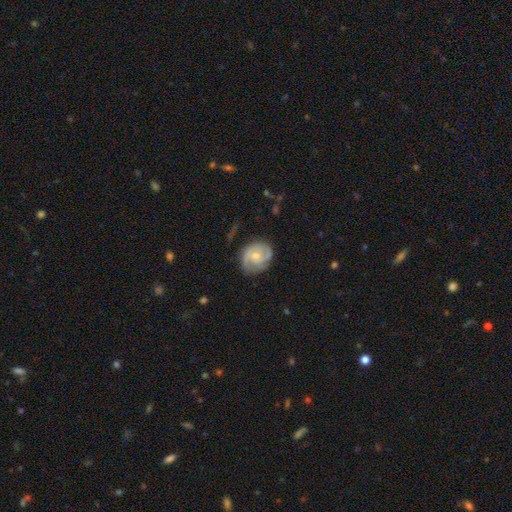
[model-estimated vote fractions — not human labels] Smooth or featured? Predicted: featured or disk (p=0.71). Edge-on disk? Predicted: no (p=0.98). Bar? Predicted: no (p=0.65). Spiral arms? Predicted: yes (p=0.91). Spiral winding? Predicted: tight (p=0.44). Spiral arm count? Predicted: 2 (p=0.53). Bulge size? Predicted: small (p=0.50). Merging? Predicted: none (p=0.68).